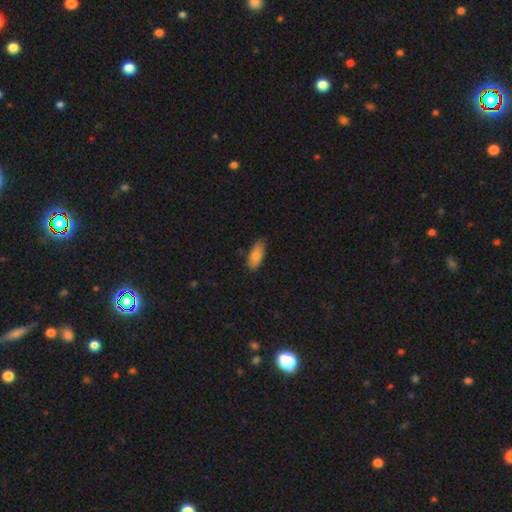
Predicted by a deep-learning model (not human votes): smooth_or_featured: smooth (p=0.81) [alt: featured or disk p=0.12]
how_rounded: in between (p=0.85) [alt: cigar-shaped p=0.12]
merging: none (p=0.81) [alt: minor disturbance p=0.15]